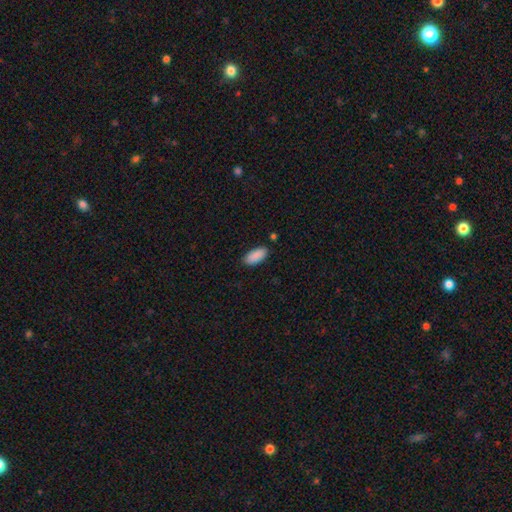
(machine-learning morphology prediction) Smooth or featured? Predicted: smooth (p=0.90). How rounded? Predicted: in between (p=0.90). Merging? Predicted: none (p=0.86).